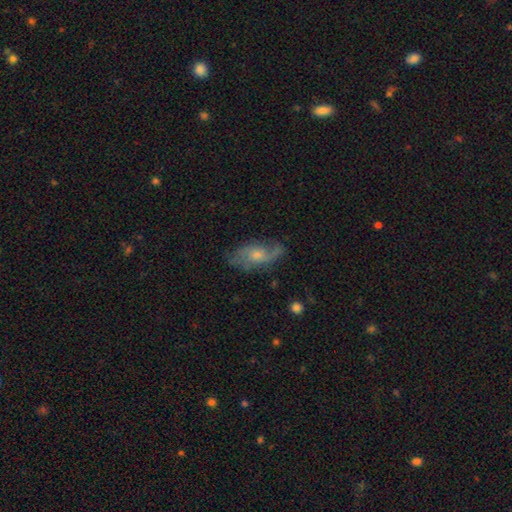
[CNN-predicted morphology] Q: Smooth or featured?
A: featured or disk (62%); runner-up: smooth (31%)
Q: Edge-on disk?
A: no (91%); runner-up: yes (9%)
Q: Bar?
A: no (73%); runner-up: weak (24%)
Q: Spiral arms?
A: yes (84%); runner-up: no (16%)
Q: Bulge size?
A: small (49%); runner-up: moderate (42%)
Q: Merging?
A: none (63%); runner-up: minor disturbance (24%)